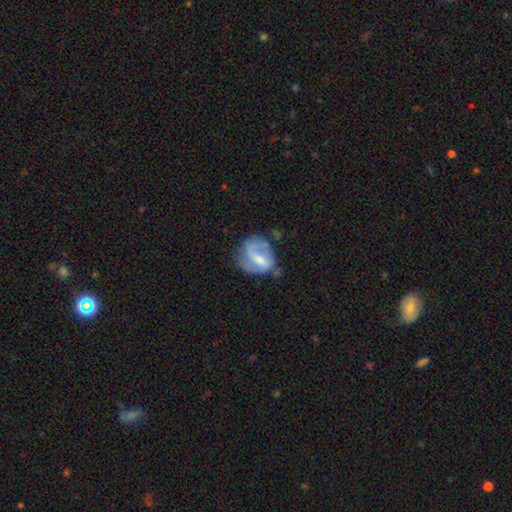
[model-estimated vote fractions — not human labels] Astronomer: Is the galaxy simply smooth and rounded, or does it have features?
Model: featured or disk — 64%.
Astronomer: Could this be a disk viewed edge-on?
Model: no — 97%.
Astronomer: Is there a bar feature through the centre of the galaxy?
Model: weak — 49% (runner-up: strong, 31%).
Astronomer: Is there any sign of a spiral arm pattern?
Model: yes — 75%.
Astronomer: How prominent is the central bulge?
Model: small — 42% (runner-up: moderate, 40%).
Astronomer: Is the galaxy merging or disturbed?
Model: none — 44% (runner-up: minor disturbance, 29%).